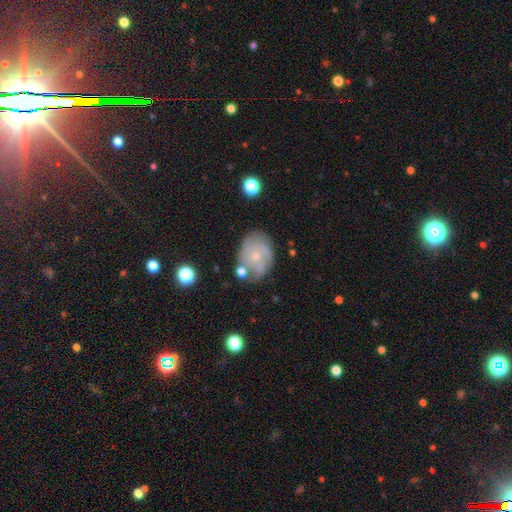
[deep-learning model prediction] This is likely a featured or disk galaxy (62%). It is clearly not viewed edge-on (97%). Bar: clearly no (82%). Spiral arm pattern: likely yes (77%). Central bulge: likely small (77%). Merging: possibly none (60%).